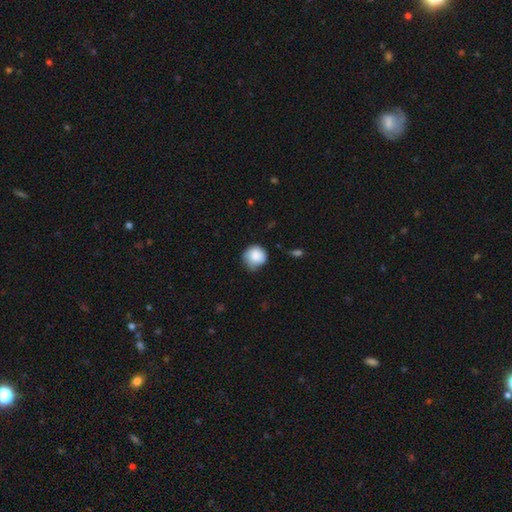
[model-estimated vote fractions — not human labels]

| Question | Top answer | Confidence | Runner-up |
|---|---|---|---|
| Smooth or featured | smooth | 85% | star or artifact (7%) |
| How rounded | round | 91% | in between (8%) |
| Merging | none | 60% | minor disturbance (32%) |